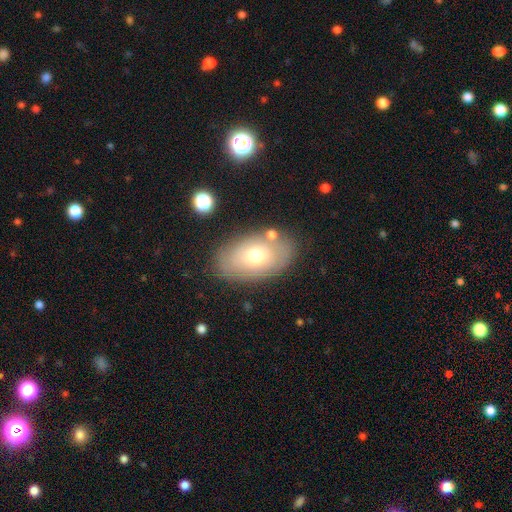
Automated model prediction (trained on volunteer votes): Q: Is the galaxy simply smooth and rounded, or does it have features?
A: smooth — 60%.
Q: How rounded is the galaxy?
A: in between — 90%.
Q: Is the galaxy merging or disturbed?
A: none — 77%.